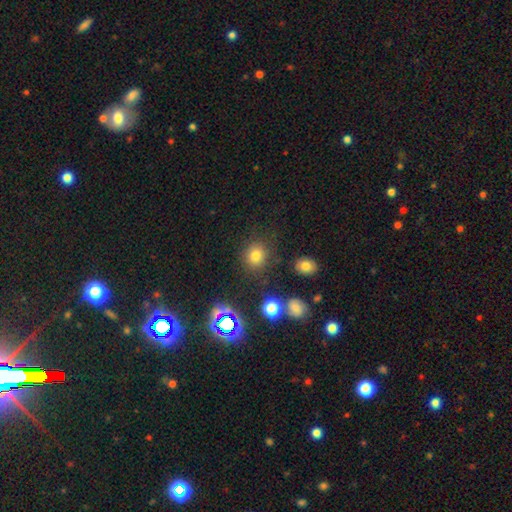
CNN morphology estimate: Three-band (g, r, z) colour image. It shows a smooth galaxy with no disk features (74%) that is round (82%). Merging: none (83%).